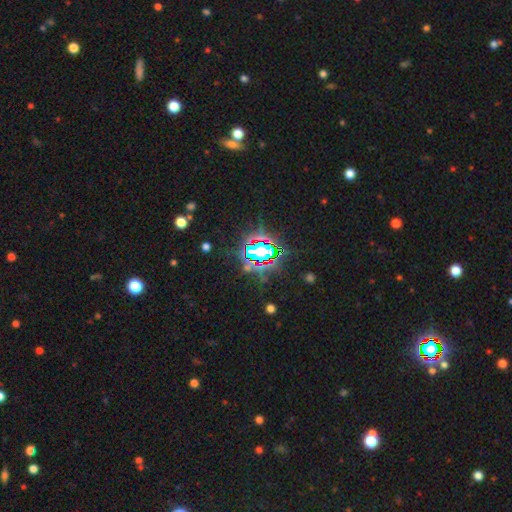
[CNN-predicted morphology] This is clearly a star or artifact rather than a galaxy (81%).